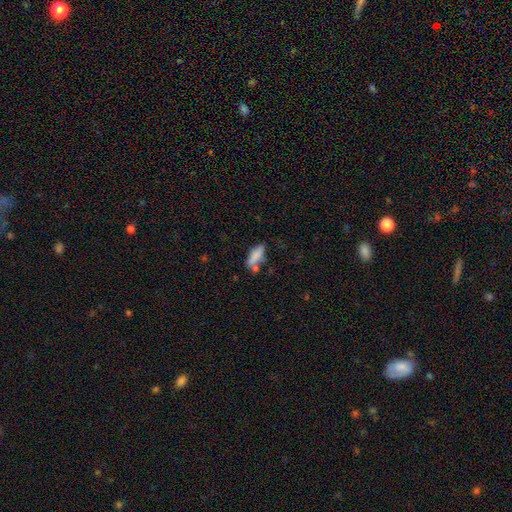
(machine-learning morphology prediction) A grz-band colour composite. It shows a smooth galaxy with no disk features (80%) that is in between round and cigar-shaped (70%). Merging: none (48%).